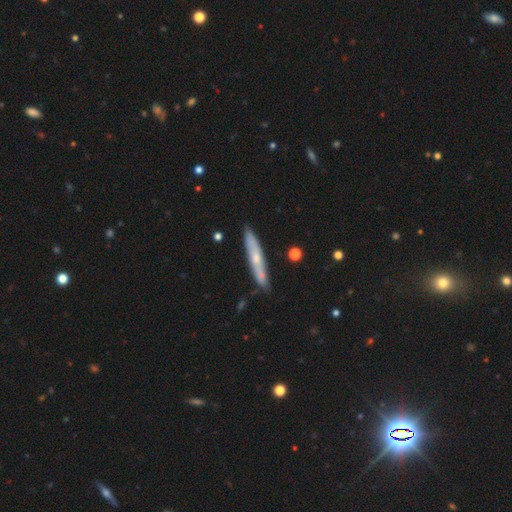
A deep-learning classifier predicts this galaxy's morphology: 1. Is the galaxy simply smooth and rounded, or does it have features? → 52% featured or disk, 40% smooth, 9% star or artifact.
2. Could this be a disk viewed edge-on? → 82% yes, 18% no.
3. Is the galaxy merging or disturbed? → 84% none, 12% minor disturbance, 2% merger, 2% major disturbance.